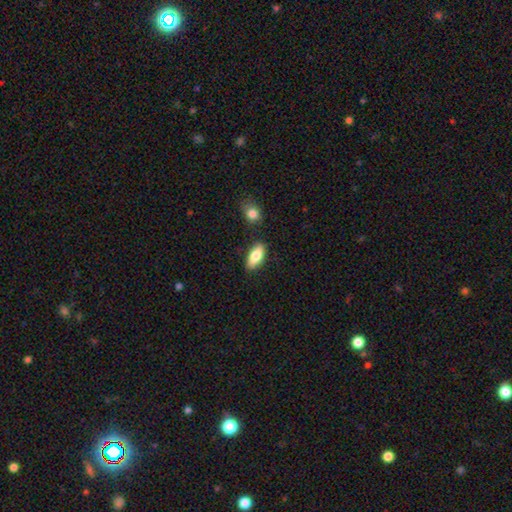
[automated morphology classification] smooth 80%, featured or disk 14%, star or artifact 6%. Down the decision tree: how rounded — in between (83%); merging — none (82%).